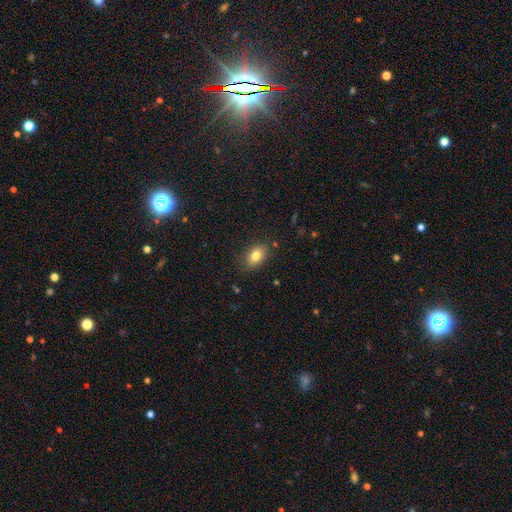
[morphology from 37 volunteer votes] Overall: smooth (84%). How rounded: in between (84%). Merging: none (75%).